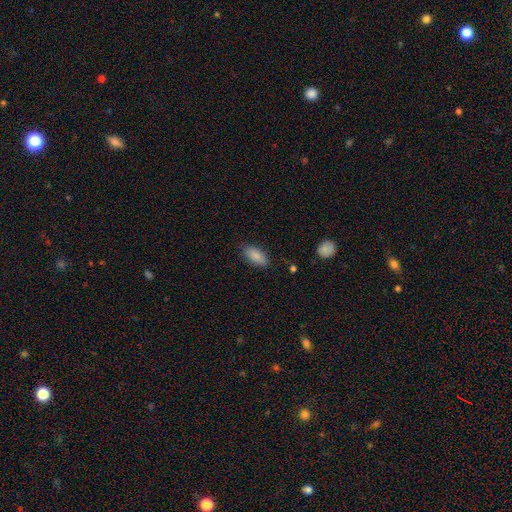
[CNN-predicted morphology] smooth 87%, star or artifact 7%, featured or disk 6%. Down the decision tree: how rounded — in between (87%); merging — none (82%).